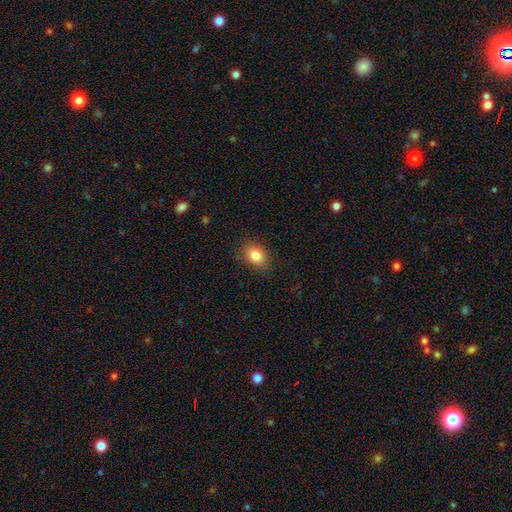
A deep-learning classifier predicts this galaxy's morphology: smooth_or_featured: smooth (p=0.84) [alt: star or artifact p=0.09]
how_rounded: in between (p=0.69) [alt: round p=0.30]
merging: none (p=0.87) [alt: minor disturbance p=0.10]